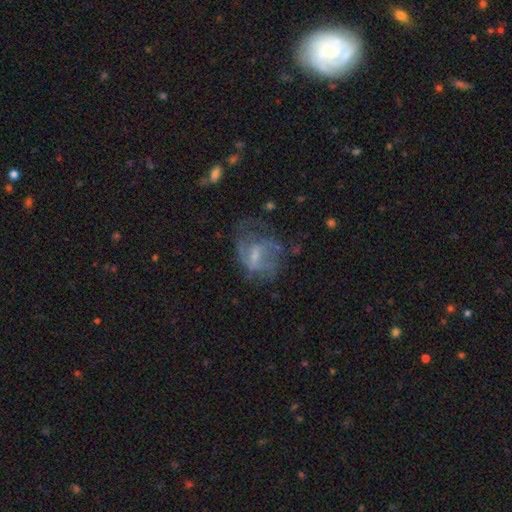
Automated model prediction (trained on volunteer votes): Smooth or featured? featured or disk (64%)
Edge-on disk? no (97%)
Bar? weak (51%)
Spiral arms? yes (59%)
Bulge size? small (42%)
Merging? none (42%)